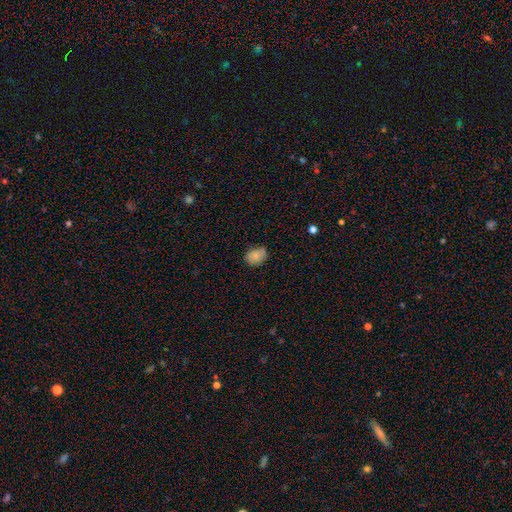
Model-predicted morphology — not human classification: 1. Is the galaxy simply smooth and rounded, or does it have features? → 81% smooth, 10% featured or disk, 9% star or artifact.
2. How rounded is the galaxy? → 64% in between, 35% round, 1% cigar-shaped.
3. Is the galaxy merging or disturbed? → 66% none, 27% minor disturbance, 5% major disturbance, 2% merger.